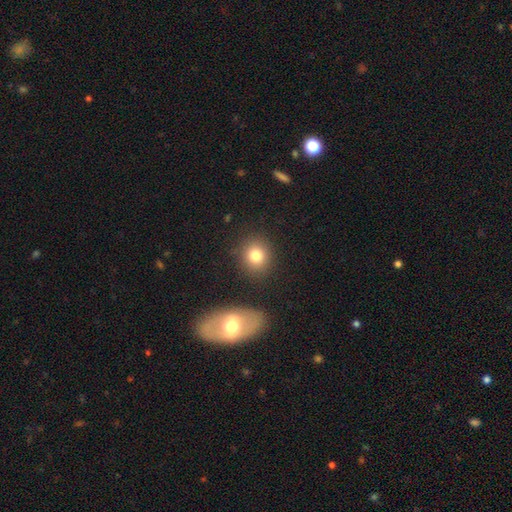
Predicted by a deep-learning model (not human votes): Q: Smooth or featured?
A: smooth (81%); runner-up: star or artifact (10%)
Q: How rounded?
A: round (80%); runner-up: in between (18%)
Q: Merging?
A: none (85%); runner-up: minor disturbance (8%)